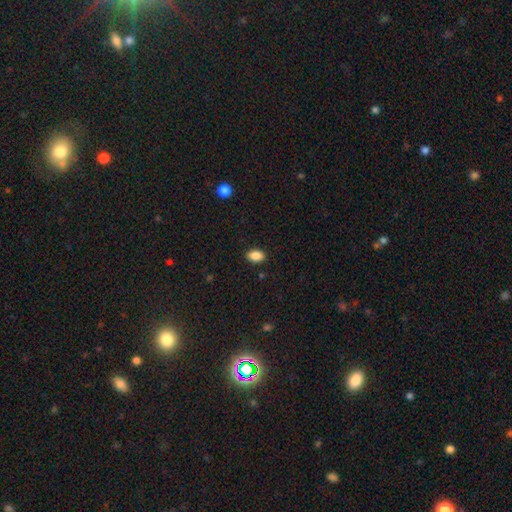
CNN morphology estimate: Smooth or featured?
  - smooth: 88% *
  - star or artifact: 9%
  - featured or disk: 4%
How rounded?
  - in between: 89% *
  - round: 9%
  - cigar-shaped: 2%
Merging?
  - none: 89% *
  - minor disturbance: 8%
  - major disturbance: 2%
  - merger: 1%